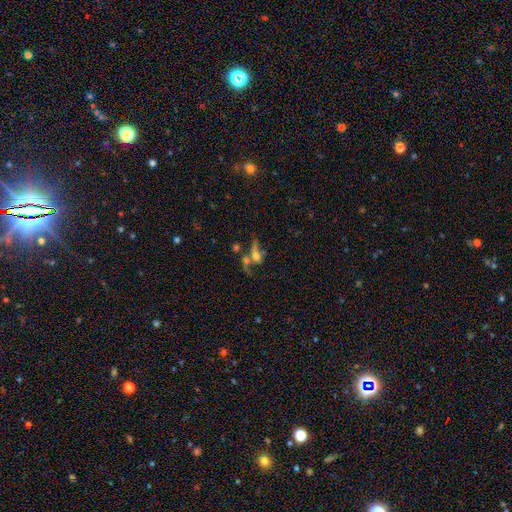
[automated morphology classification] Smooth or featured?
  - featured or disk: 49% *
  - smooth: 35%
  - star or artifact: 16%
Merging?
  - merger: 43% *
  - none: 28%
  - major disturbance: 18%
  - minor disturbance: 11%